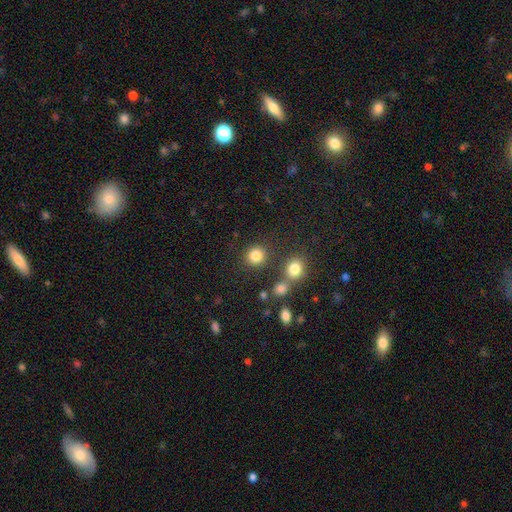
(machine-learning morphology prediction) smooth 83%, star or artifact 13%, featured or disk 5%. Down the decision tree: how rounded — round (88%); merging — none (80%).